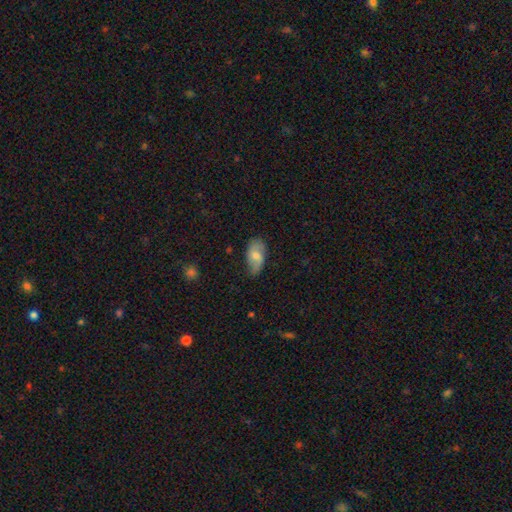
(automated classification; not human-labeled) smooth-or-featured: smooth: 59% | featured or disk: 34% | star or artifact: 7%
  how-rounded: in between: 92% | round: 5% | cigar-shaped: 3%
  merging: none: 65% | minor disturbance: 27% | major disturbance: 6% | merger: 1%